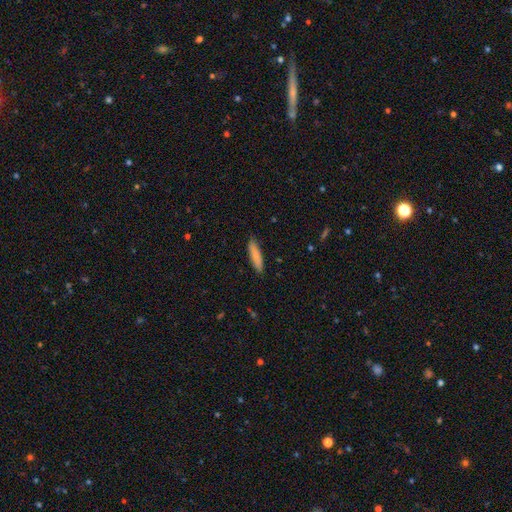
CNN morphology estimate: smooth 81%, featured or disk 13%, star or artifact 6%. Down the decision tree: how rounded — cigar-shaped (80%); merging — none (87%).